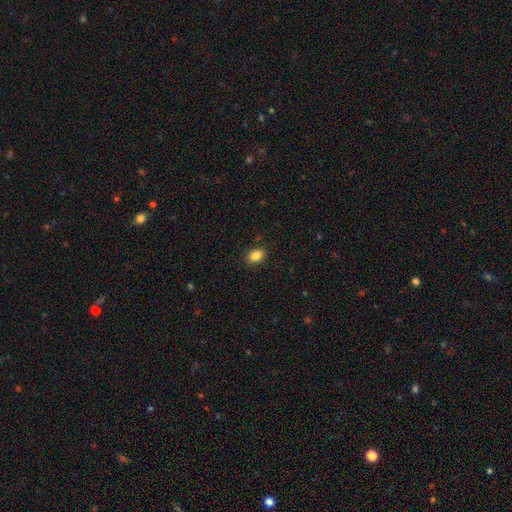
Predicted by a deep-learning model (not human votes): Smooth or featured?
  - smooth: 86% *
  - star or artifact: 9%
  - featured or disk: 5%
How rounded?
  - in between: 76% *
  - round: 22%
  - cigar-shaped: 1%
Merging?
  - none: 88% *
  - minor disturbance: 9%
  - major disturbance: 2%
  - merger: 1%